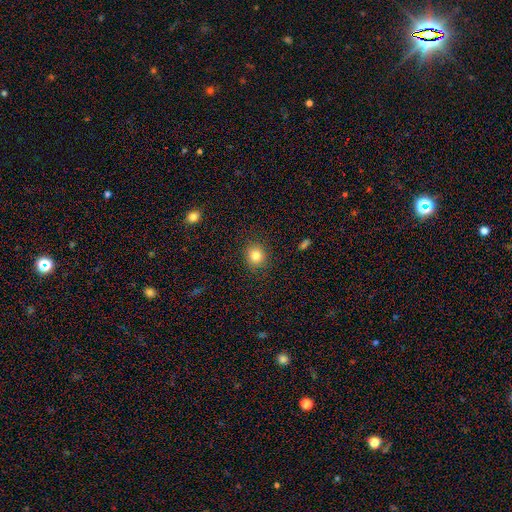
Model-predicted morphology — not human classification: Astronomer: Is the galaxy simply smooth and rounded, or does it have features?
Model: smooth — 83%.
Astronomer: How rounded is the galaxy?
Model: round — 82%.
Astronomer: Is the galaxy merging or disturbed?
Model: none — 88%.